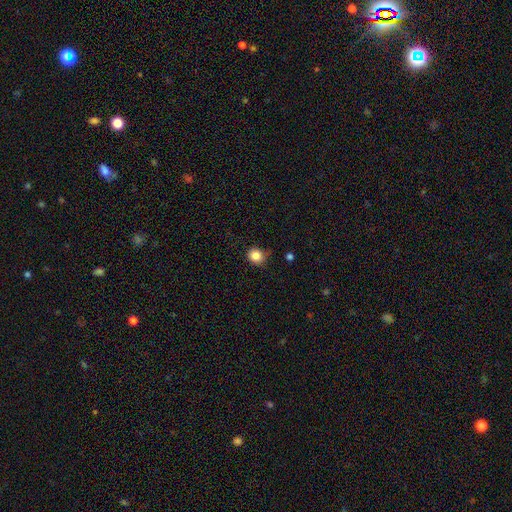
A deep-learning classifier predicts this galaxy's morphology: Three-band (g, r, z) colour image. It shows a smooth galaxy with no disk features (85%) that is round (83%). Merging: none (75%).